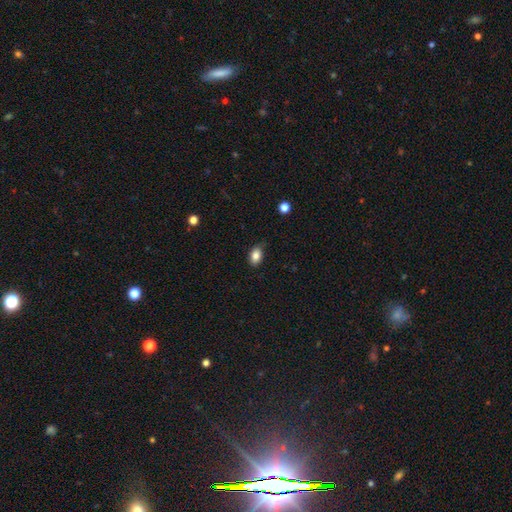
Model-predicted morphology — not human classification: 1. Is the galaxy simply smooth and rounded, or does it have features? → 85% smooth, 8% star or artifact, 7% featured or disk.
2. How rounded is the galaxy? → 87% in between, 12% round, 2% cigar-shaped.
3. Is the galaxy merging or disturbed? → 80% none, 16% minor disturbance, 3% major disturbance, 1% merger.